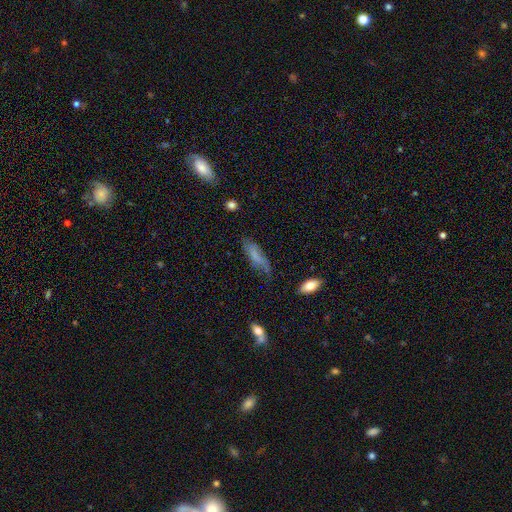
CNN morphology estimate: Q: Smooth or featured?
A: smooth (63%); runner-up: featured or disk (28%)
Q: How rounded?
A: cigar-shaped (49%); runner-up: in between (48%)
Q: Merging?
A: none (55%); runner-up: minor disturbance (30%)